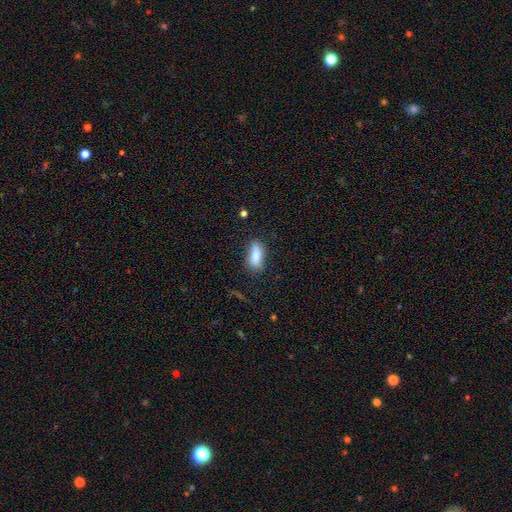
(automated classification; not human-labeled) smooth-or-featured: smooth: 80% | featured or disk: 12% | star or artifact: 8%
  how-rounded: in between: 76% | cigar-shaped: 21% | round: 3%
  merging: none: 70% | minor disturbance: 22% | major disturbance: 6% | merger: 3%